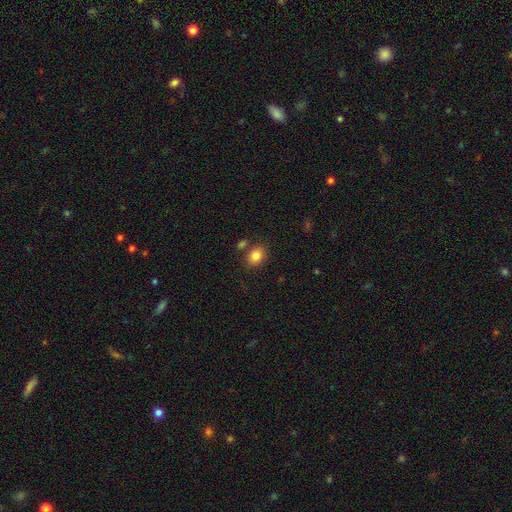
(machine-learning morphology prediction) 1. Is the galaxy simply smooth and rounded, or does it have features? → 84% smooth, 10% star or artifact, 7% featured or disk.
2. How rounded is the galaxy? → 58% in between, 41% round, 1% cigar-shaped.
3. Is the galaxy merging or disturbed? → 77% none, 11% minor disturbance, 9% merger, 3% major disturbance.